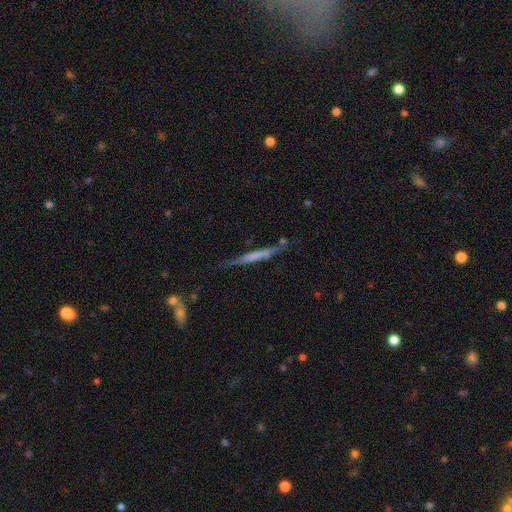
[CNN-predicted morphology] Q: Smooth or featured?
A: featured or disk (49%); runner-up: smooth (44%)
Q: Merging?
A: none (74%); runner-up: minor disturbance (18%)